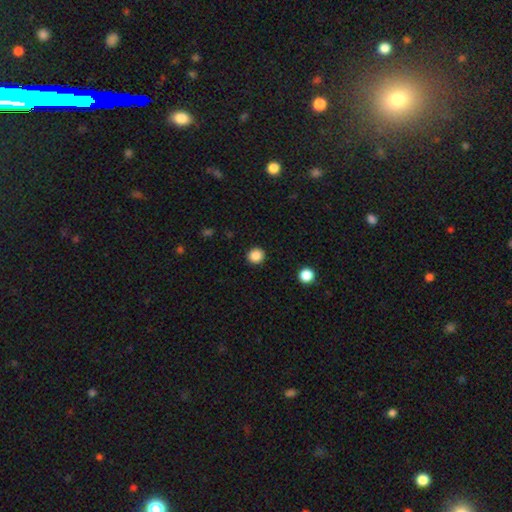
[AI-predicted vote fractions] This is clearly a smooth galaxy (86%). How rounded: clearly round (93%). Merging: clearly none (92%).